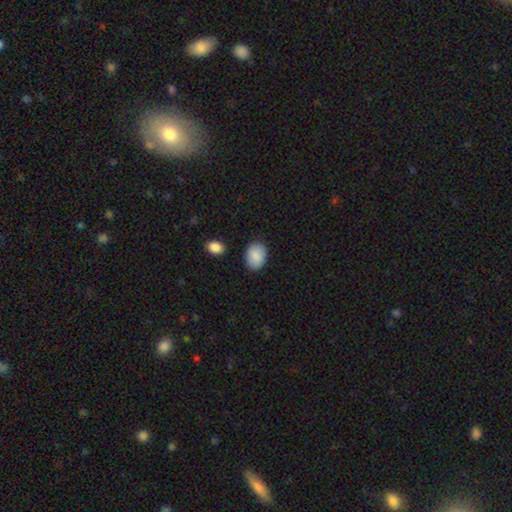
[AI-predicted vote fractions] A smooth galaxy with no disk features (89%) that is in between round and cigar-shaped (76%).

Vote fractions:
- Smooth or featured? smooth: 89% / star or artifact: 6% / featured or disk: 5%
- How rounded? in between: 76% / round: 23% / cigar-shaped: 1%
- Merging? none: 84% / minor disturbance: 11% / major disturbance: 3% / merger: 2%